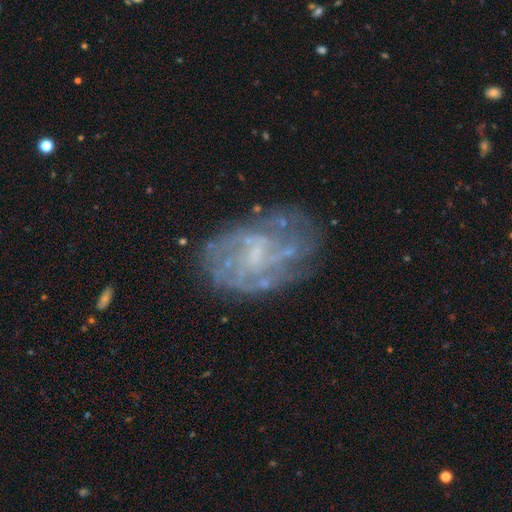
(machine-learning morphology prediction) Smooth or featured?
  - featured or disk: 74% *
  - smooth: 16%
  - star or artifact: 10%
Edge-on disk?
  - no: 97% *
  - yes: 3%
Bar?
  - no: 53% *
  - weak: 39%
  - strong: 8%
Spiral arms?
  - yes: 63% *
  - no: 37%
Bulge size?
  - none: 43% *
  - small: 40%
  - moderate: 14%
  - large: 1%
  - dominant: 1%
Merging?
  - none: 60% *
  - minor disturbance: 21%
  - major disturbance: 16%
  - merger: 3%